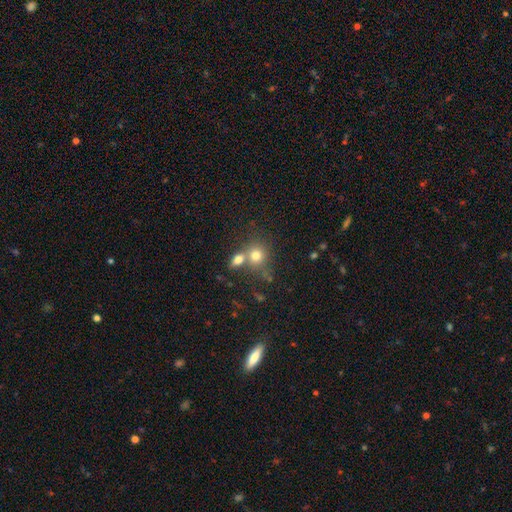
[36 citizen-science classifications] Smooth or featured? smooth (86%)
How rounded? round (74%)
Merging? merger (51%)